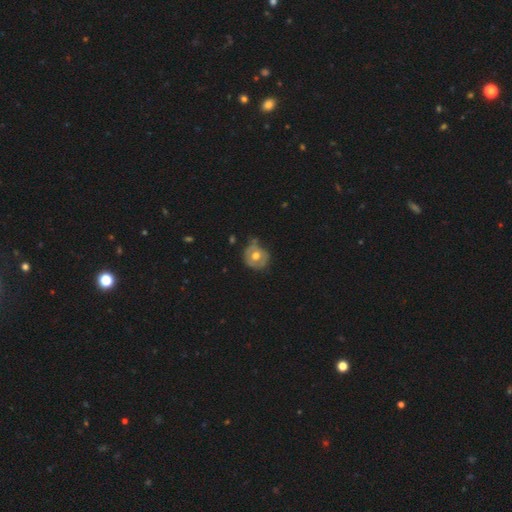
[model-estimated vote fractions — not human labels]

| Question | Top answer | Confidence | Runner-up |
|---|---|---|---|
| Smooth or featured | smooth | 48% | featured or disk (45%) |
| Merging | none | 55% | minor disturbance (29%) |